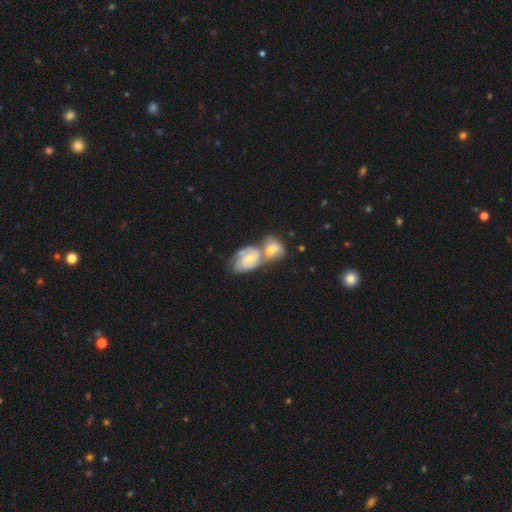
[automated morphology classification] smooth 51%, featured or disk 31%, star or artifact 17%. Down the decision tree: how rounded — in between (69%); merging — merger (55%).